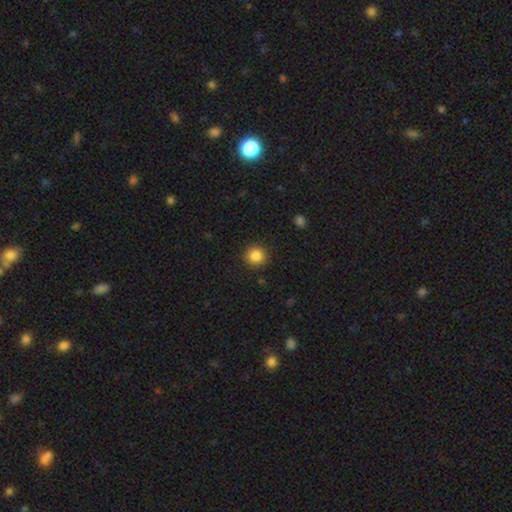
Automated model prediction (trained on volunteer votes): Smooth or featured? Predicted: smooth (p=0.86). How rounded? Predicted: round (p=0.93). Merging? Predicted: none (p=0.91).